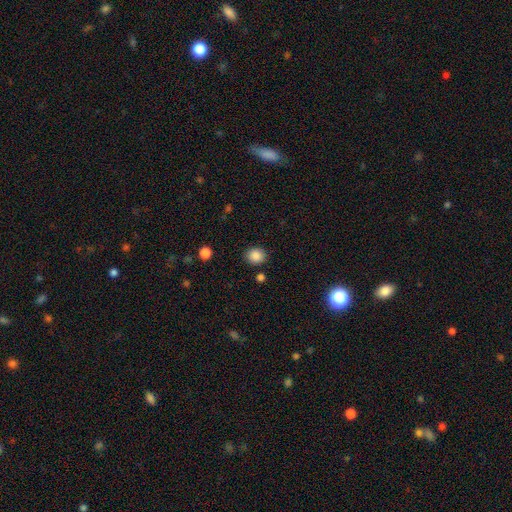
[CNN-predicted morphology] The model was most divided on "how rounded": round: 71%, in between: 28%, cigar-shaped: 1%. More confident: merging — none (87%); smooth or featured — smooth (87%).